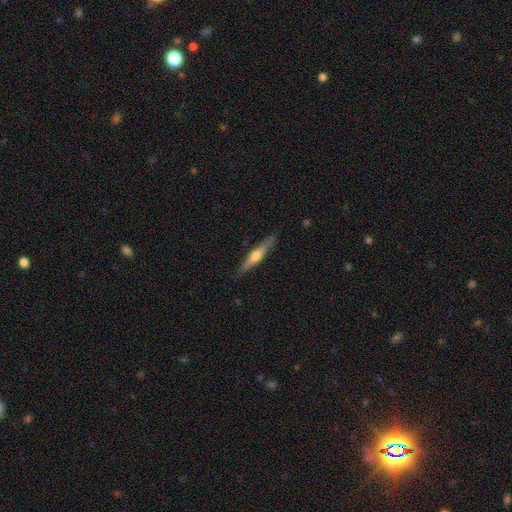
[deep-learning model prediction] Overall: featured or disk (53%; smooth 42%). Edge-on disk: yes (94%). Merging: none (86%).